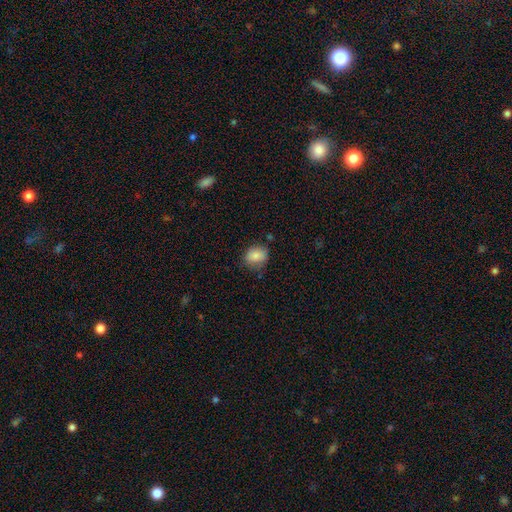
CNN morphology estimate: A smooth galaxy with no disk features (84%) that is round (57%).

Vote fractions:
- Smooth or featured? smooth: 84% / star or artifact: 8% / featured or disk: 7%
- How rounded? round: 57% / in between: 42% / cigar-shaped: 1%
- Merging? none: 70% / minor disturbance: 23% / major disturbance: 5% / merger: 2%